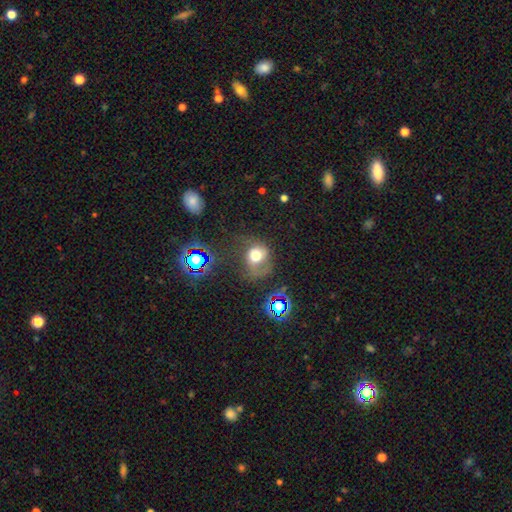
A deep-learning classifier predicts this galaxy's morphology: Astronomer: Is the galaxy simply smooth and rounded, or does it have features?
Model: smooth — 49% (runner-up: featured or disk, 34%).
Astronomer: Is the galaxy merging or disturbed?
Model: none — 40% (runner-up: major disturbance, 32%).